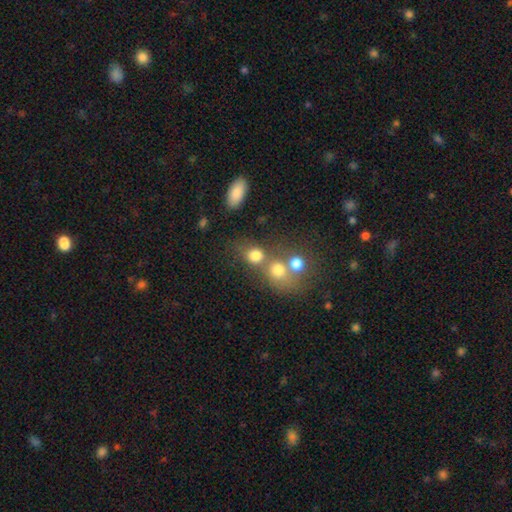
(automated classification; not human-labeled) A smooth galaxy with no disk features (76%) that is round (70%). Merging: merger (43%).